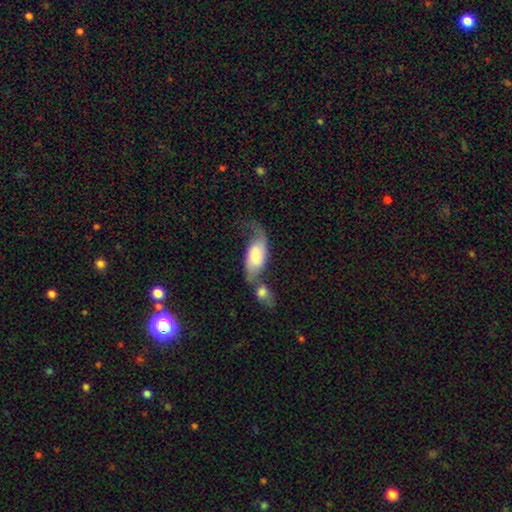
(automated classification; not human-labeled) Morphology: type=smooth (51%); roundness=in between (87%); merging=merger (56%).